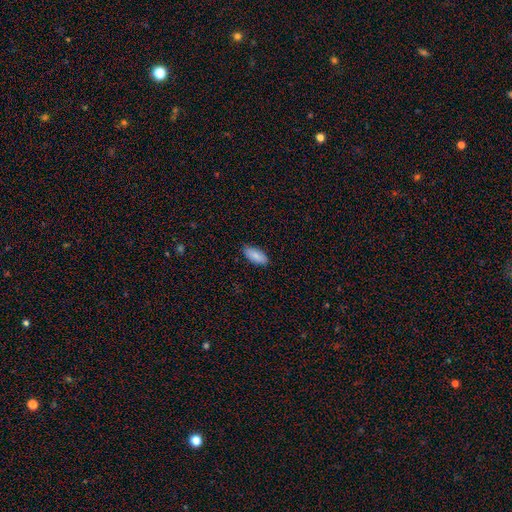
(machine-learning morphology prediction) Smooth or featured: smooth — 86% (featured or disk — 8%)
How rounded: in between — 88% (cigar-shaped — 10%)
Merging: none — 85% (minor disturbance — 12%)